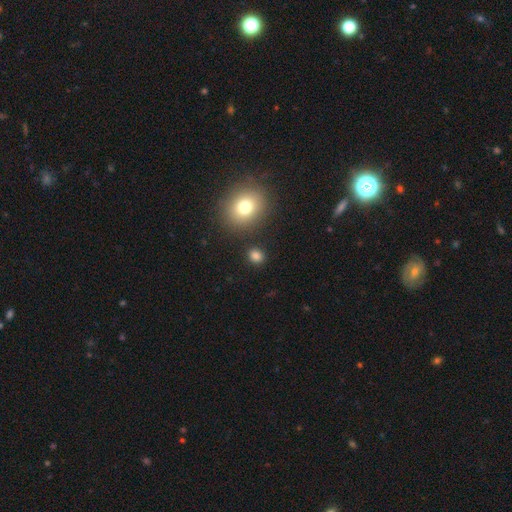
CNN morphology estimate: type=smooth (82%); roundness=round (73%); merging=none (86%).